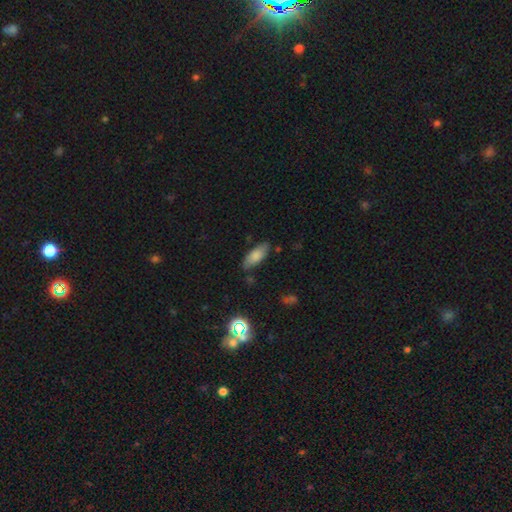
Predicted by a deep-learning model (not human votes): Morphology: type=smooth (79%); roundness=in between (75%); merging=none (78%).